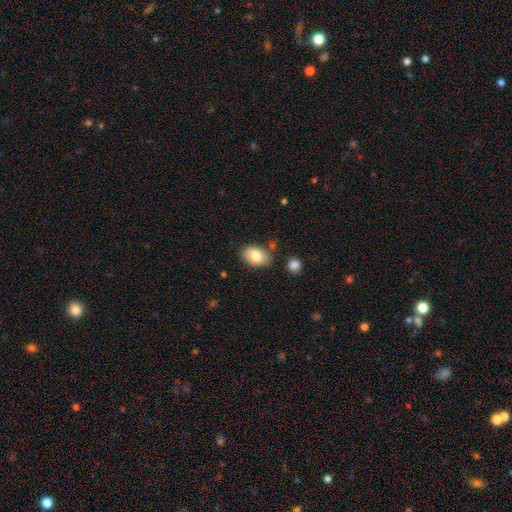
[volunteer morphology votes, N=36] Smooth or featured? 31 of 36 (86%) said smooth. How rounded? 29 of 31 (94%) said in between. Merging? 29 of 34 (85%) said none.